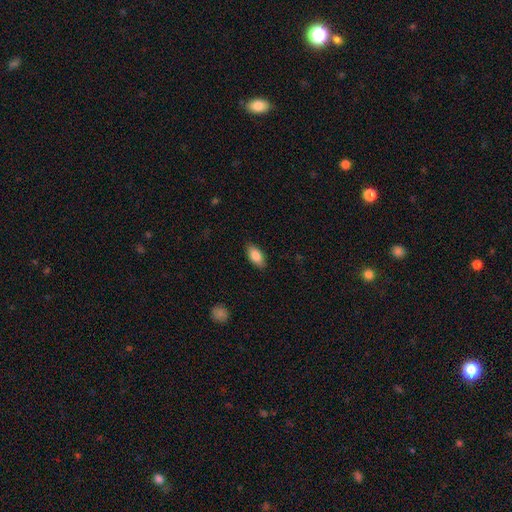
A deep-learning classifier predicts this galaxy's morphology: A smooth galaxy with no disk features (83%) that is in between round and cigar-shaped (90%).

Vote fractions:
- Smooth or featured? smooth: 83% / featured or disk: 10% / star or artifact: 7%
- How rounded? in between: 90% / cigar-shaped: 7% / round: 3%
- Merging? none: 87% / minor disturbance: 10% / major disturbance: 2% / merger: 1%